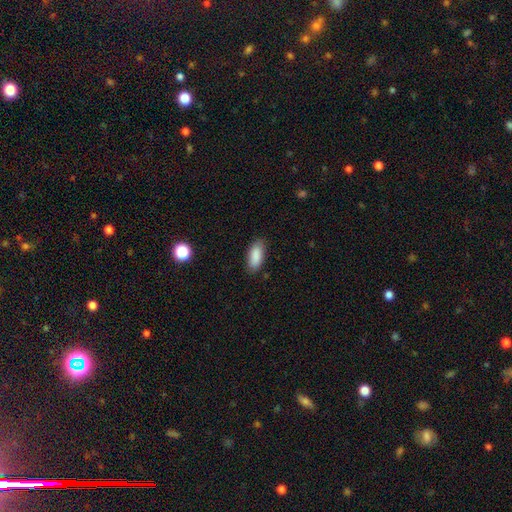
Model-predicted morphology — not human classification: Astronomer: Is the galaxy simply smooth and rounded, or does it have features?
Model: smooth — 88%.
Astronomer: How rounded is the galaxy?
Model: in between — 84%.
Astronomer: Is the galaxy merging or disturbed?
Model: none — 84%.